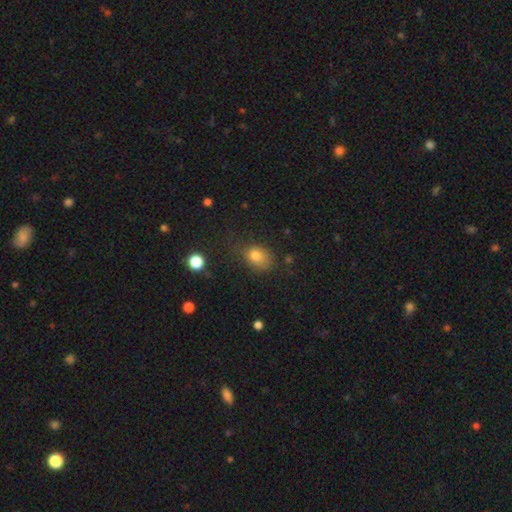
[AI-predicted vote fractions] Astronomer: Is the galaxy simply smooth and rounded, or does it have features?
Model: smooth — 79%.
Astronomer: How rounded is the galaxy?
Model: in between — 61% (runner-up: round, 38%).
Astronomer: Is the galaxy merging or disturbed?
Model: none — 55%.